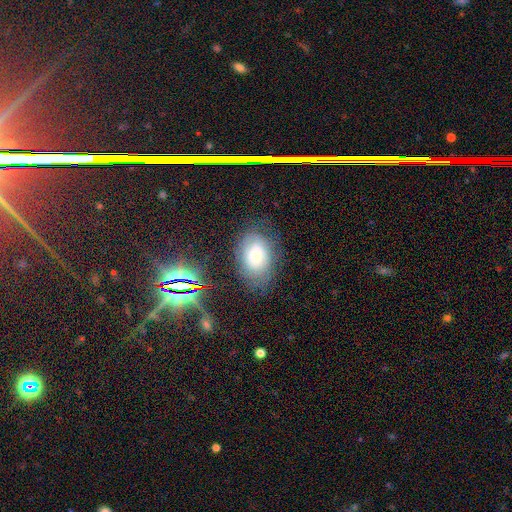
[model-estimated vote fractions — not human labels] A smooth galaxy with no disk features (49%).

Vote fractions:
- Smooth or featured? smooth: 49% / featured or disk: 37% / star or artifact: 14%
- Merging? none: 69% / minor disturbance: 19% / major disturbance: 10% / merger: 2%